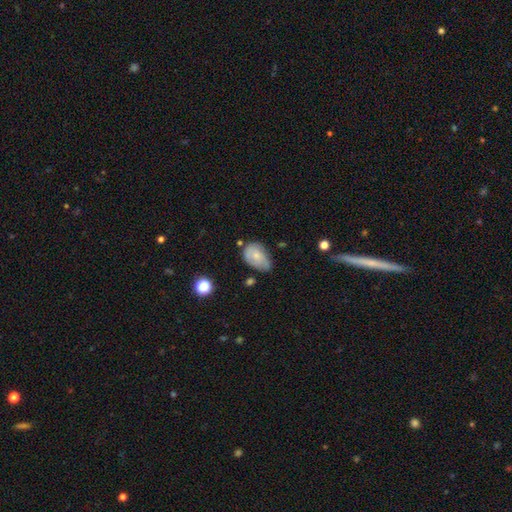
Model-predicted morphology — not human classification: smooth 60%, featured or disk 32%, star or artifact 8%. Down the decision tree: how rounded — in between (82%); merging — none (43%).